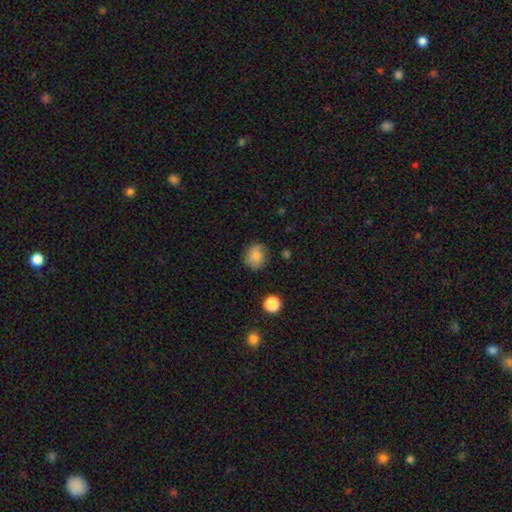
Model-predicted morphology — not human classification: Smooth or featured? smooth (78%)
How rounded? round (73%)
Merging? none (79%)